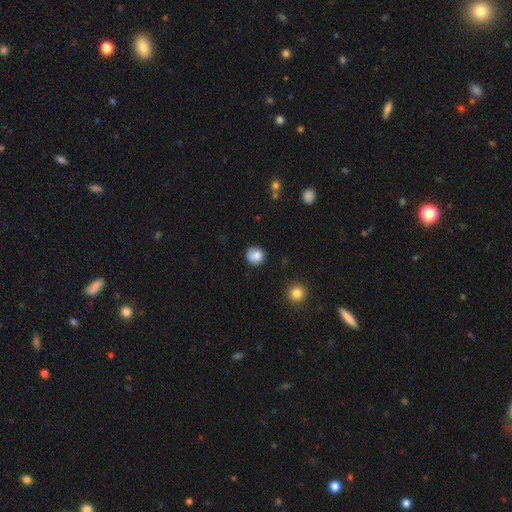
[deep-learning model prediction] This appears to be a smooth galaxy with no disk features (85%) that is round (90%). Merging: none (83%).